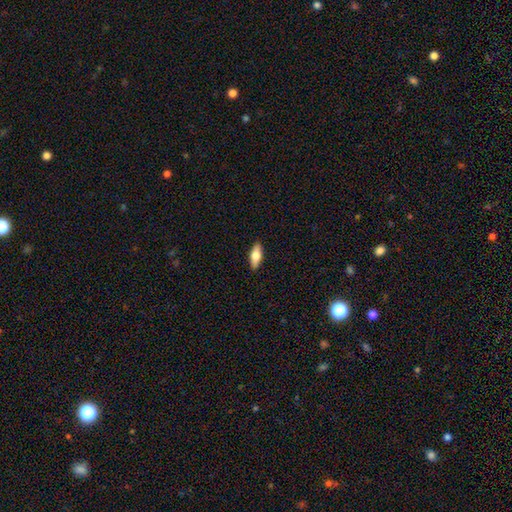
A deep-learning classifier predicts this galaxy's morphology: A smooth galaxy with no disk features (70%) that is in between round and cigar-shaped (71%). Merging: none (90%).